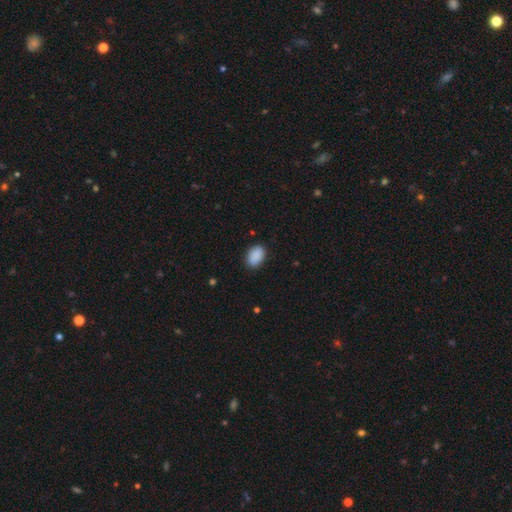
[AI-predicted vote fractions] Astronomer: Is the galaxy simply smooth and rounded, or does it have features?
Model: smooth — 90%.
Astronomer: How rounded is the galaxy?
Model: in between — 87%.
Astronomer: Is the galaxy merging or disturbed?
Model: none — 86%.